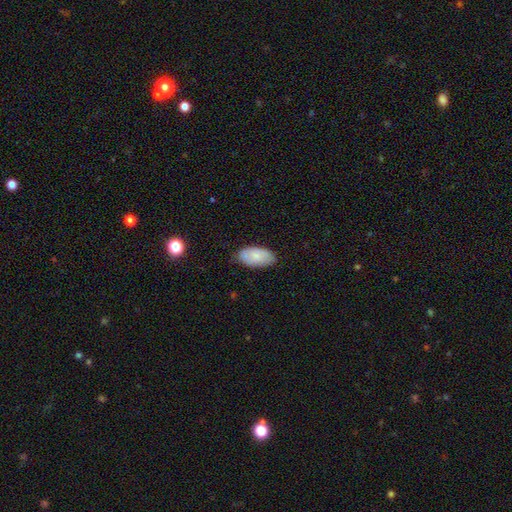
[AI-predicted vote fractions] A smooth galaxy with no disk features (77%) that is in between round and cigar-shaped (94%). Merging: none (79%).